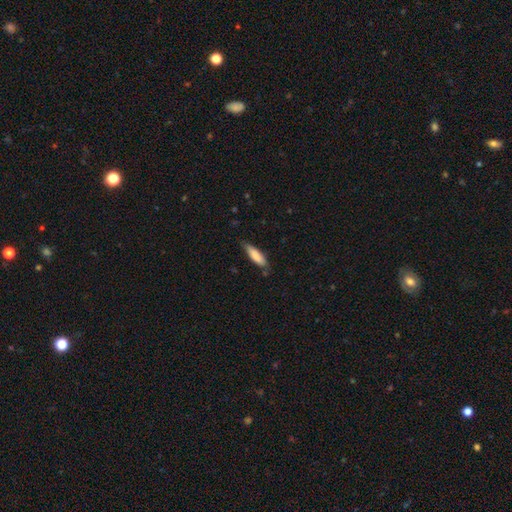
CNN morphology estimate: Overall: smooth (84%). How rounded: cigar-shaped (56%; in between 43%). Merging: none (72%).